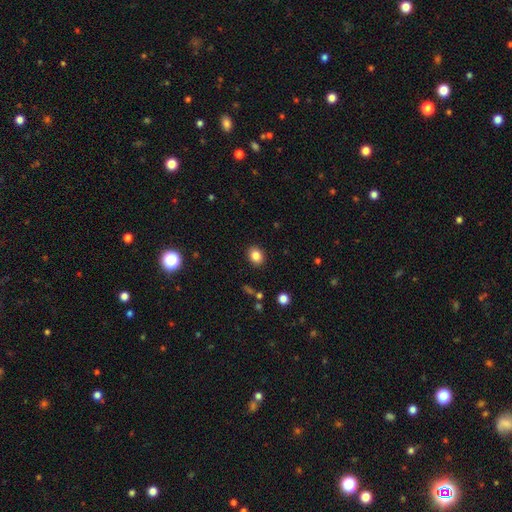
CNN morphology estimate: Overall: smooth (84%). How rounded: round (53%; in between 46%). Merging: none (90%).